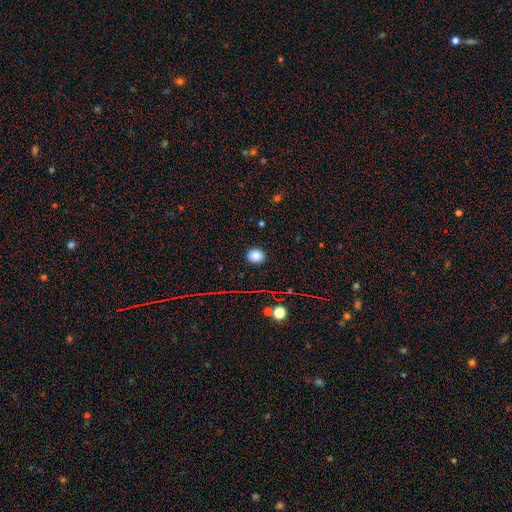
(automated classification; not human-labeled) Smooth or featured?
  - smooth: 83% *
  - star or artifact: 12%
  - featured or disk: 5%
How rounded?
  - round: 64% *
  - in between: 35%
  - cigar-shaped: 1%
Merging?
  - none: 90% *
  - minor disturbance: 7%
  - major disturbance: 2%
  - merger: 1%